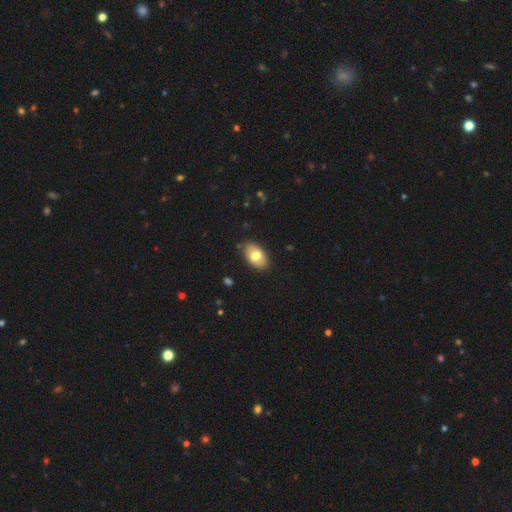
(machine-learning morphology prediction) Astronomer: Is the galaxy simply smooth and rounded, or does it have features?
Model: smooth — 74%.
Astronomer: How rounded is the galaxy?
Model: in between — 92%.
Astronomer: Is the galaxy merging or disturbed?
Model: none — 85%.